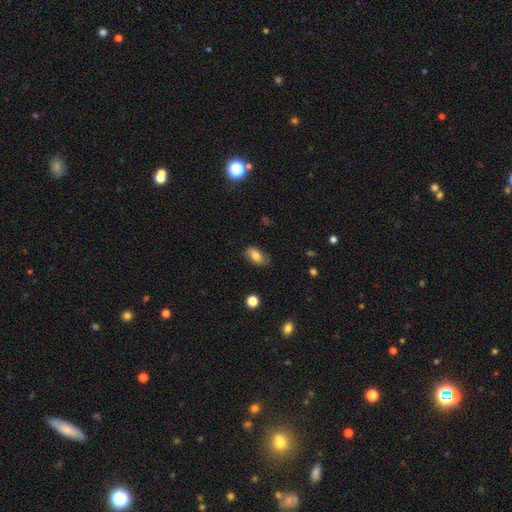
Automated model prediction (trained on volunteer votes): Q: Smooth or featured?
A: smooth (76%); runner-up: featured or disk (15%)
Q: How rounded?
A: in between (90%); runner-up: round (6%)
Q: Merging?
A: none (77%); runner-up: minor disturbance (18%)